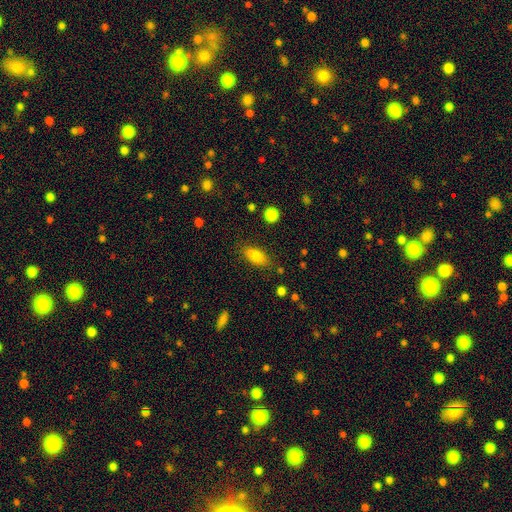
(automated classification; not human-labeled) This is clearly a smooth galaxy (82%). How rounded: clearly in between (82%). Merging: likely none (77%).